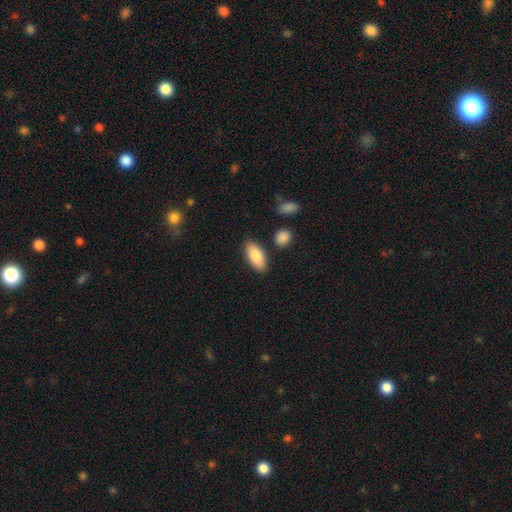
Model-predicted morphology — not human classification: This is clearly a smooth galaxy (86%). How rounded: clearly in between (88%). Merging: clearly none (84%).